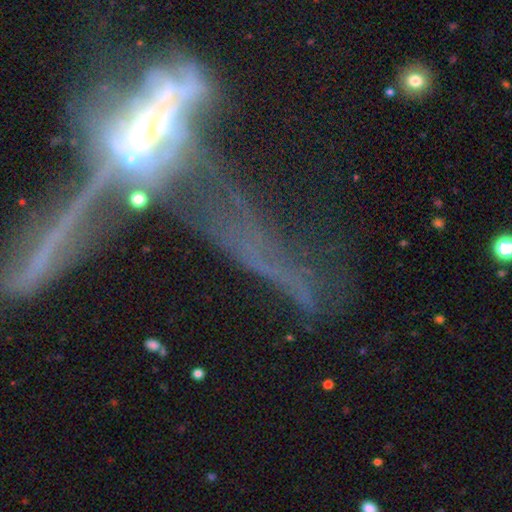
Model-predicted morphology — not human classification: smooth_or_featured: featured or disk (p=0.59) [alt: star or artifact p=0.24]
disk_edge_on: yes (p=0.53) [alt: no p=0.47]
merging: major disturbance (p=0.36) [alt: merger p=0.31]